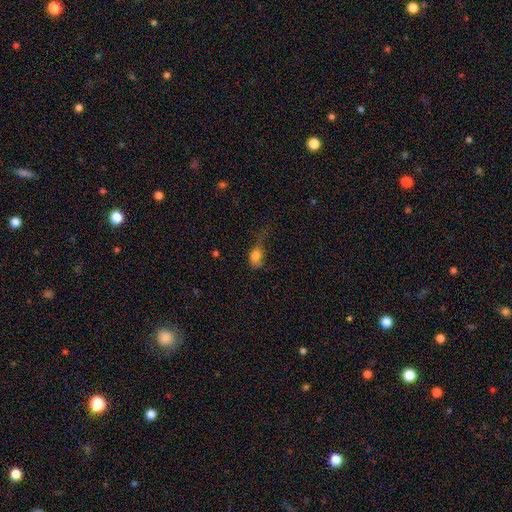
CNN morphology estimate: smooth-or-featured: smooth: 78% | featured or disk: 12% | star or artifact: 10%
  how-rounded: in between: 75% | round: 21% | cigar-shaped: 4%
  merging: major disturbance: 44% | minor disturbance: 30% | none: 22% | merger: 3%